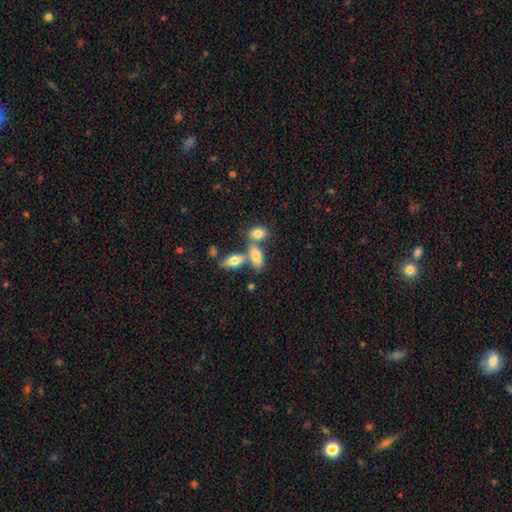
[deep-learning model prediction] smooth 75%, featured or disk 17%, star or artifact 8%. Down the decision tree: how rounded — in between (84%); merging — merger (44%).